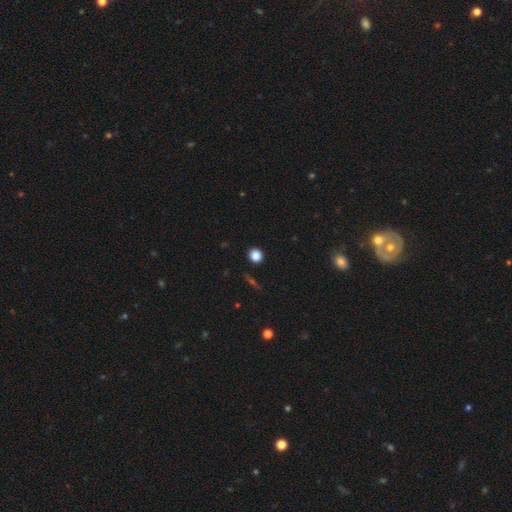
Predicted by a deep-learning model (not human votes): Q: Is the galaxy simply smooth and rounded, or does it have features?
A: smooth — 85%.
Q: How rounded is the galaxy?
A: round — 90%.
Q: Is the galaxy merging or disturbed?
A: none — 91%.